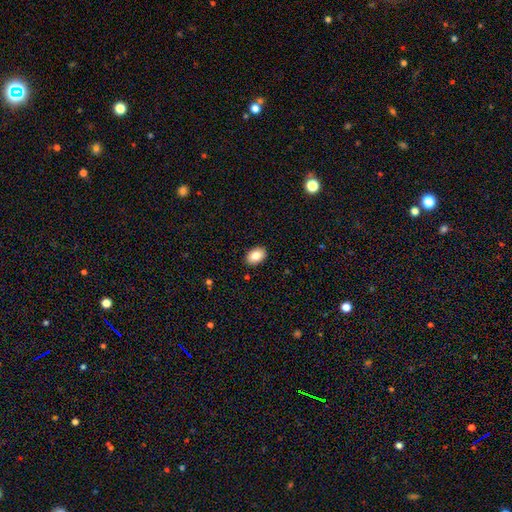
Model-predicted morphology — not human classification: Smooth or featured? Predicted: smooth (p=0.84). How rounded? Predicted: in between (p=0.83). Merging? Predicted: none (p=0.90).